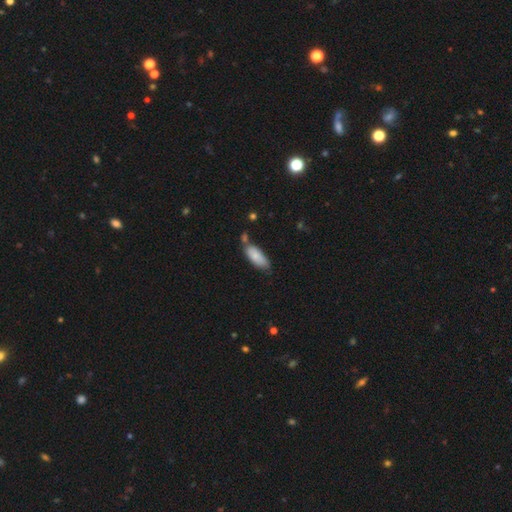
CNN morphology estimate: Smooth or featured?
  - smooth: 82% *
  - featured or disk: 12%
  - star or artifact: 6%
How rounded?
  - in between: 78% *
  - cigar-shaped: 20%
  - round: 2%
Merging?
  - none: 59% *
  - minor disturbance: 23%
  - merger: 13%
  - major disturbance: 4%